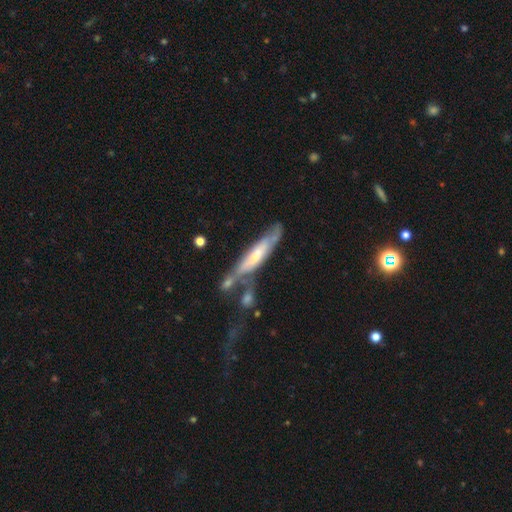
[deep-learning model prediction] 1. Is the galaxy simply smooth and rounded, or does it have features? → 52% featured or disk, 42% smooth, 6% star or artifact.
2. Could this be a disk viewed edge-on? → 56% yes, 44% no.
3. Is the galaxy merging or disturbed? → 38% none, 27% merger, 21% minor disturbance, 14% major disturbance.